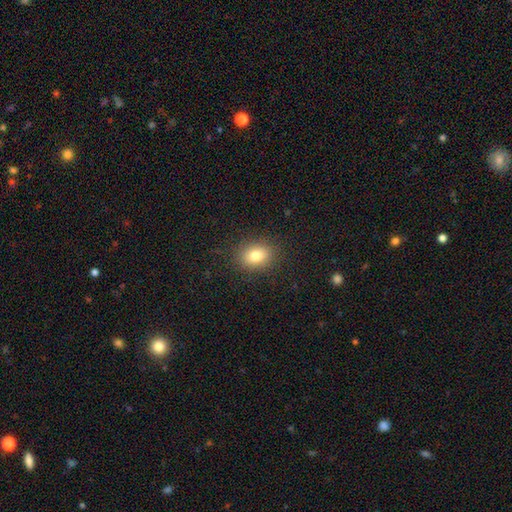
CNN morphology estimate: Overall: smooth (80%). How rounded: in between (58%; round 41%). Merging: none (88%).